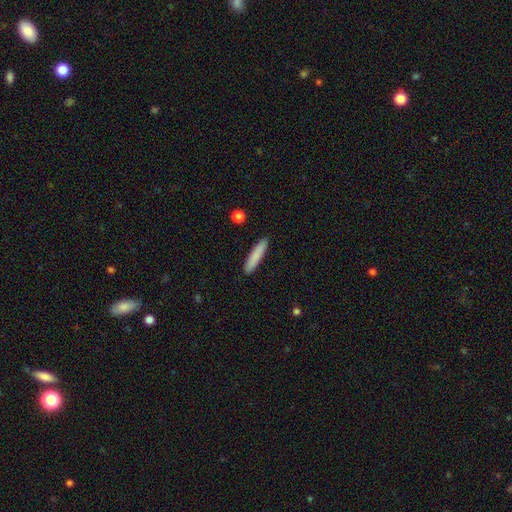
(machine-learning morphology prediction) smooth_or_featured: smooth (p=0.84) [alt: featured or disk p=0.10]
how_rounded: cigar-shaped (p=0.90) [alt: in between p=0.09]
merging: none (p=0.91) [alt: minor disturbance p=0.06]